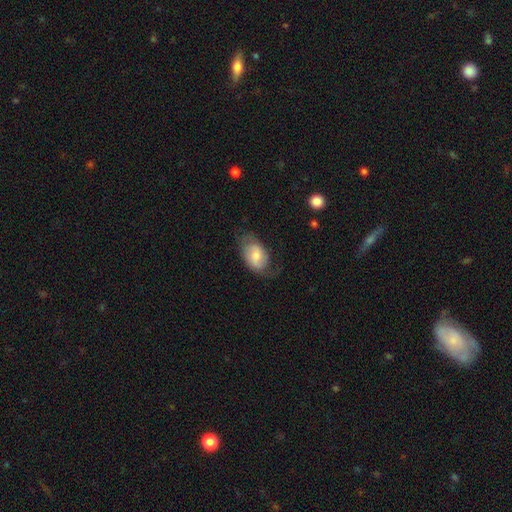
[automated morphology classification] smooth-or-featured: smooth: 58% | featured or disk: 35% | star or artifact: 7%
  how-rounded: in between: 88% | round: 11% | cigar-shaped: 1%
  merging: none: 56% | minor disturbance: 28% | major disturbance: 15% | merger: 1%